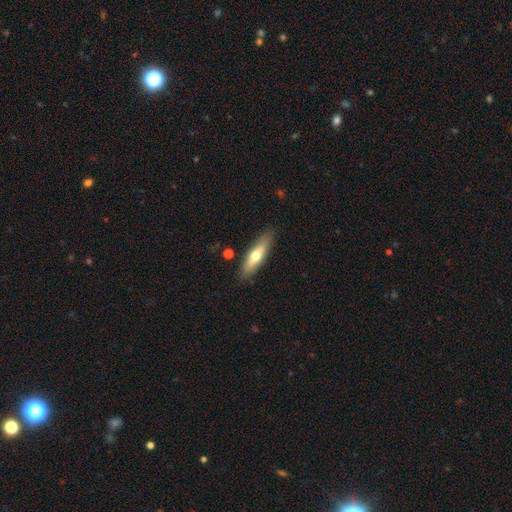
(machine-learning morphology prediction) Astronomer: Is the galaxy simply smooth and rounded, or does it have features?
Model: smooth — 53% (runner-up: featured or disk, 41%).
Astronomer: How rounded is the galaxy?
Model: cigar-shaped — 64%.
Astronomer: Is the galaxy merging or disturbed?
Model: none — 85%.